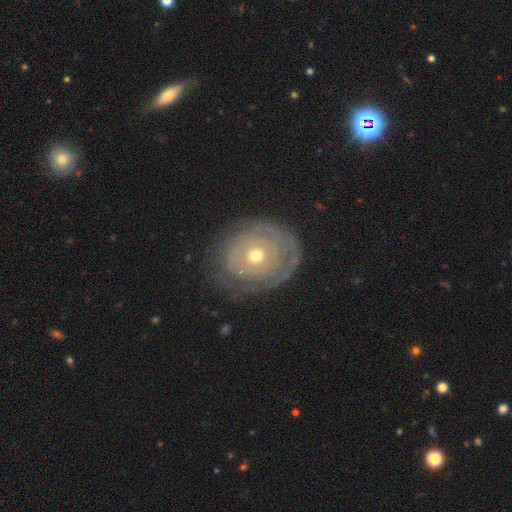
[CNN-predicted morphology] A featured or disk galaxy (67%) with no bar (89%), spiral arms (56%) and a moderate central bulge (55%).

Vote fractions:
- Smooth or featured? featured or disk: 67% / smooth: 27% / star or artifact: 6%
- Edge-on disk? no: 96% / yes: 4%
- Bar? no: 89% / weak: 9% / strong: 2%
- Spiral arms? yes: 56% / no: 44%
- Bulge size? moderate: 55% / small: 40% / large: 3% / dominant: 1% / none: 1%
- Merging? none: 70% / minor disturbance: 19% / major disturbance: 10% / merger: 1%